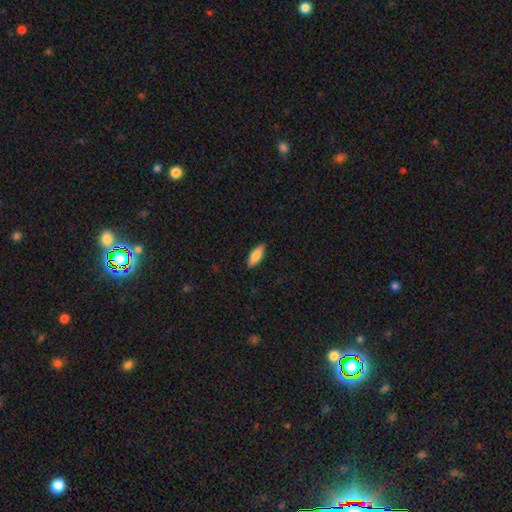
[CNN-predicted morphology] smooth-or-featured: smooth: 85% | featured or disk: 10% | star or artifact: 6%
  how-rounded: in between: 66% | cigar-shaped: 32% | round: 2%
  merging: none: 88% | minor disturbance: 9% | major disturbance: 2% | merger: 1%